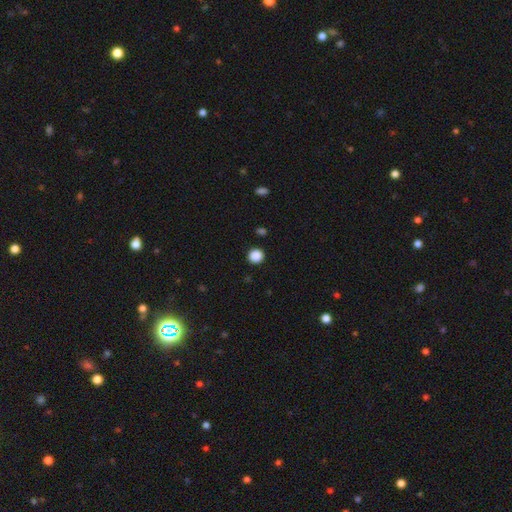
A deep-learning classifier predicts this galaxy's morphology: Smooth or featured: smooth — 87% (star or artifact — 10%)
How rounded: round — 93% (in between — 6%)
Merging: none — 93% (minor disturbance — 4%)